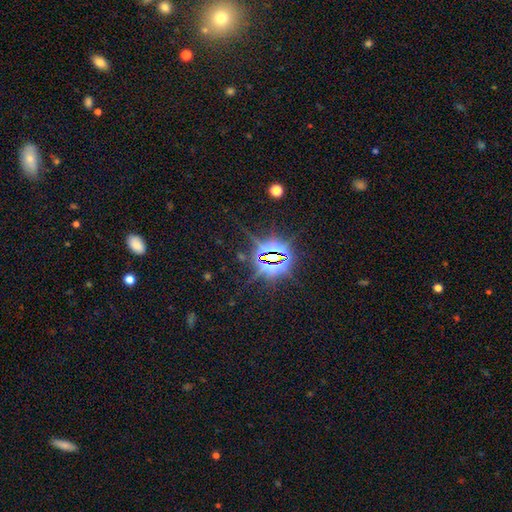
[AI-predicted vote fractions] The model was most divided on "smooth or featured": star or artifact: 83%, smooth: 10%, featured or disk: 7%.